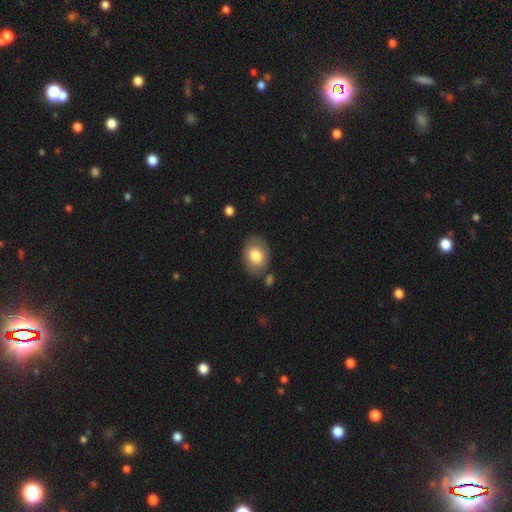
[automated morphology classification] Overall: smooth (74%). How rounded: in between (77%). Merging: none (75%).